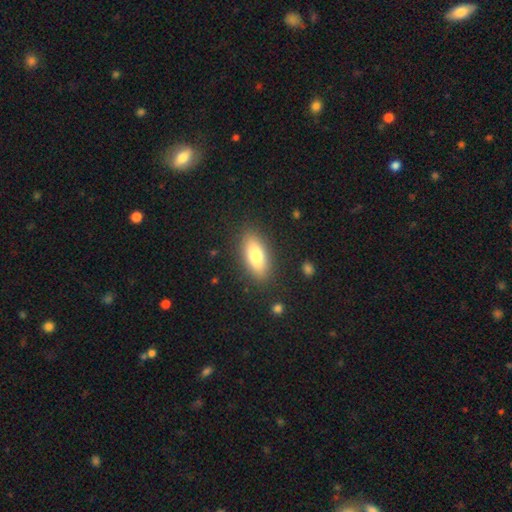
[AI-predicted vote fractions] A smooth galaxy with no disk features (77%) that is in between round and cigar-shaped (78%). Merging: none (85%).